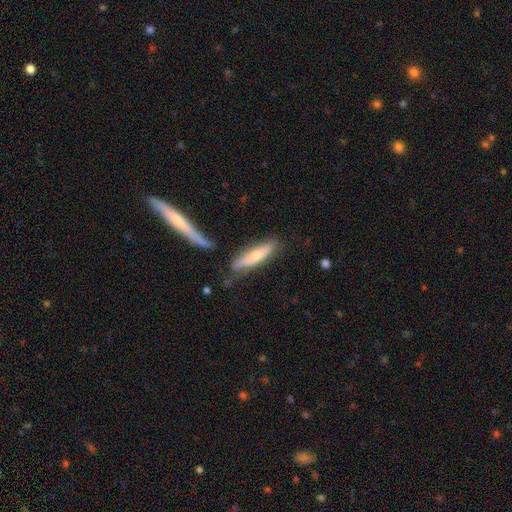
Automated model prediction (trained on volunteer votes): smooth 49%, featured or disk 45%, star or artifact 6%. Down the decision tree: merging — none (62%).